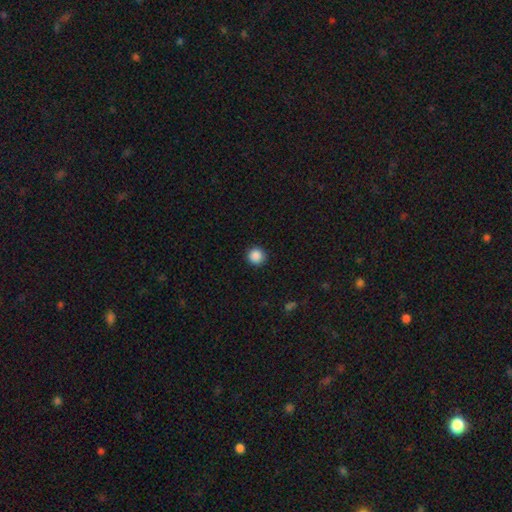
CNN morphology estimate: Smooth or featured? Predicted: smooth (p=0.88). How rounded? Predicted: round (p=0.96). Merging? Predicted: none (p=0.92).